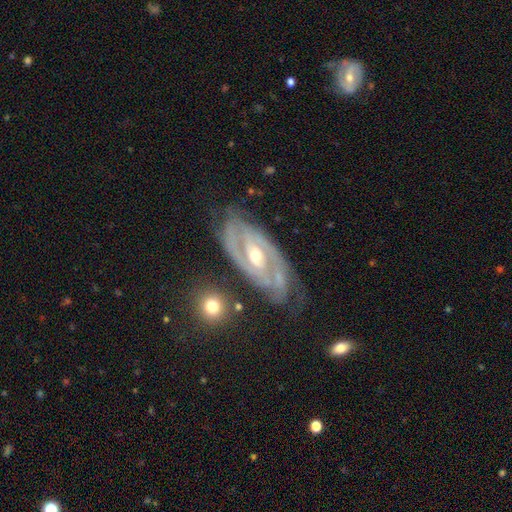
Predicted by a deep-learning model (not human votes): Overall: featured or disk (89%). Edge-on disk: no (94%). Bar: weak (38%; no 36%). Spiral arms: yes (94%). Spiral arm count: 2 (66%). Spiral winding: tight (59%; medium 33%). Bulge size: moderate (54%; small 43%). Merging: none (66%).